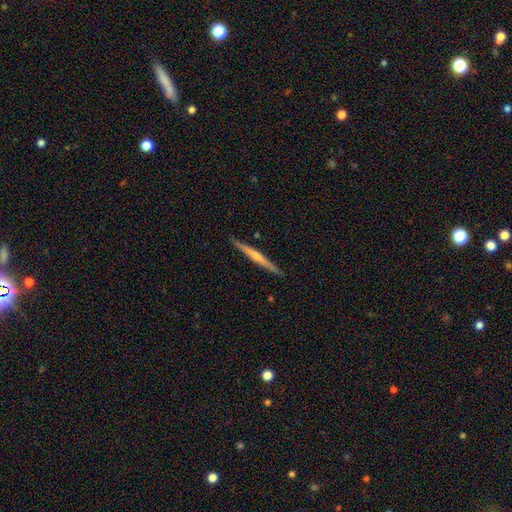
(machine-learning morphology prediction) featured or disk 71%, smooth 23%, star or artifact 7%. Down the decision tree: edge-on disk — yes (98%); edge-on bulge — rounded (65%); merging — none (91%).